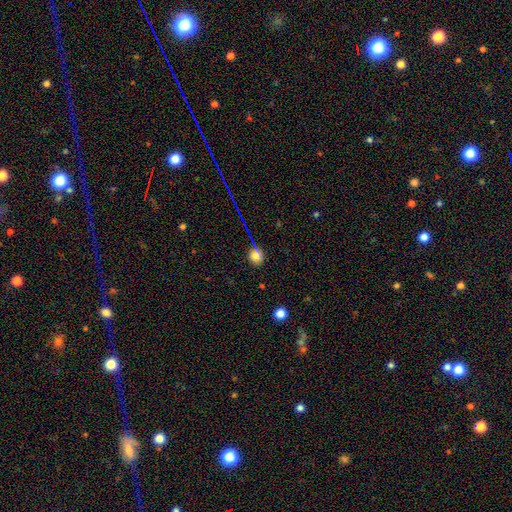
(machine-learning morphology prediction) Smooth or featured? smooth (75%)
How rounded? round (87%)
Merging? none (71%)